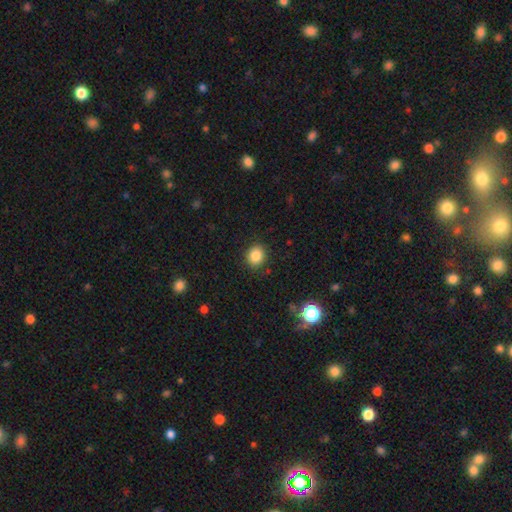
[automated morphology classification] A smooth galaxy with no disk features (85%) that is round (74%). Merging: none (88%).